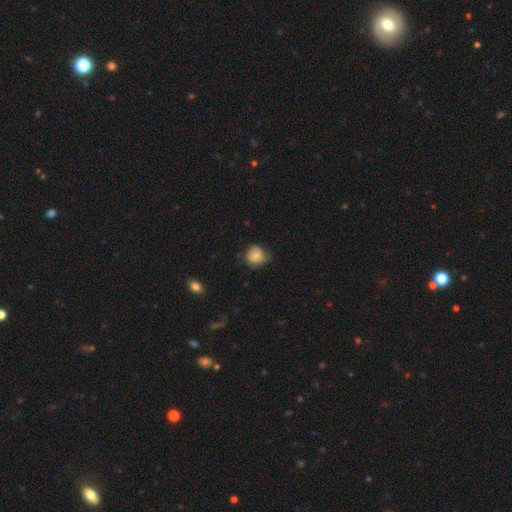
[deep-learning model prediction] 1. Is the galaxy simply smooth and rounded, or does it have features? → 82% smooth, 10% featured or disk, 8% star or artifact.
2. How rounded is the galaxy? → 87% round, 13% in between, 1% cigar-shaped.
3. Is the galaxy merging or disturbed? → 66% none, 27% minor disturbance, 5% major disturbance, 1% merger.